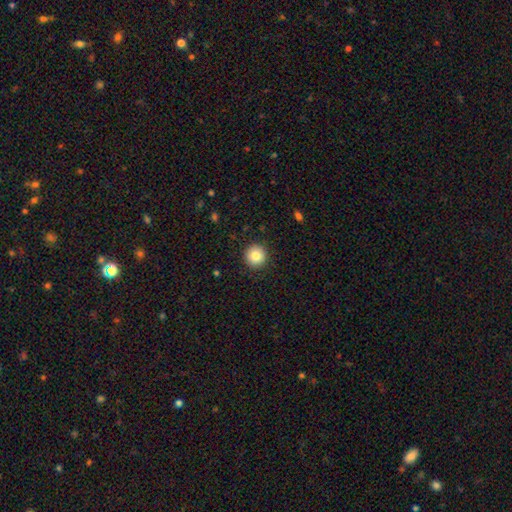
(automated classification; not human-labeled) Overall: smooth (84%). How rounded: round (96%). Merging: none (92%).